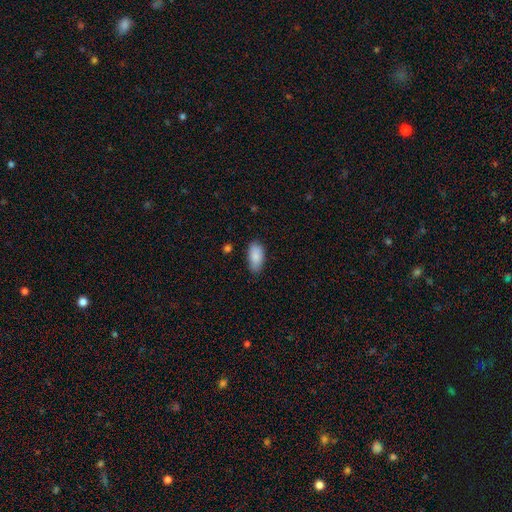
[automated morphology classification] A smooth galaxy with no disk features (87%) that is in between round and cigar-shaped (93%). Merging: none (76%).